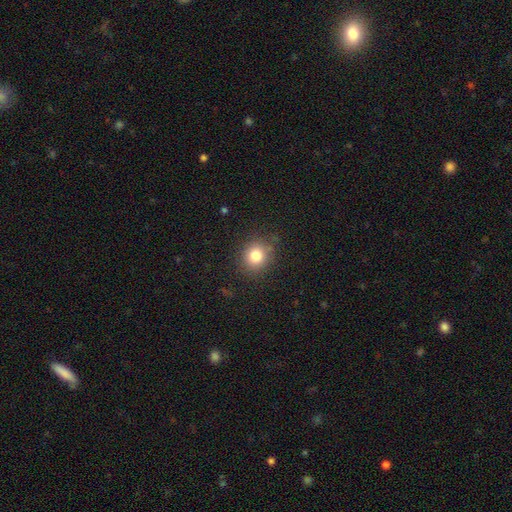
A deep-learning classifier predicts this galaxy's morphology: The model was most divided on "how rounded": round: 78%, in between: 21%, cigar-shaped: 1%. More confident: merging — none (84%); smooth or featured — smooth (81%).